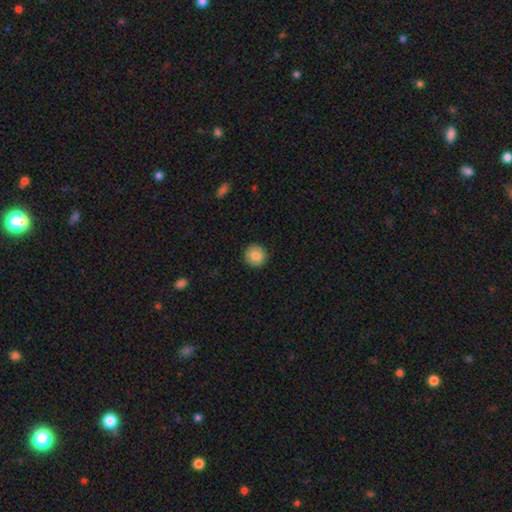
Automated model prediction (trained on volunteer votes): Q: Smooth or featured?
A: smooth (82%); runner-up: featured or disk (10%)
Q: How rounded?
A: round (95%); runner-up: in between (4%)
Q: Merging?
A: none (91%); runner-up: minor disturbance (6%)